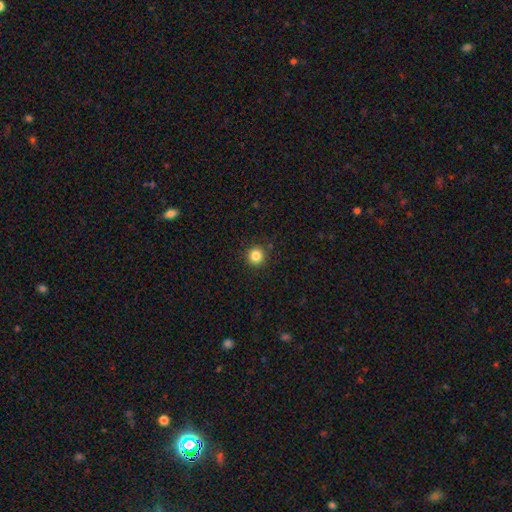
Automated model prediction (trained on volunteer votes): This appears to be a smooth galaxy with no disk features (84%) that is round (94%). Merging: none (91%).